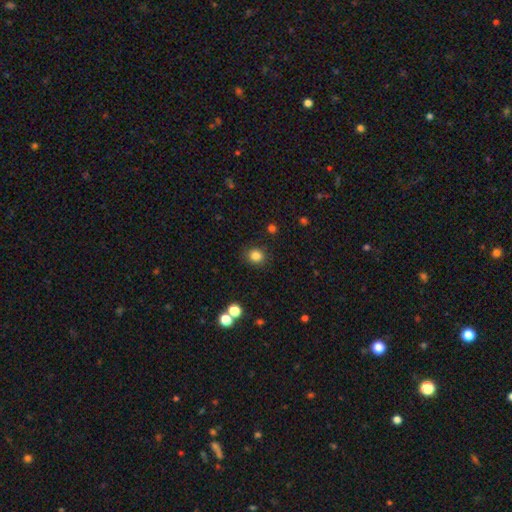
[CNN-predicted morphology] The model was most divided on "how rounded": round: 84%, in between: 16%, cigar-shaped: 1%. More confident: merging — none (88%); smooth or featured — smooth (83%).